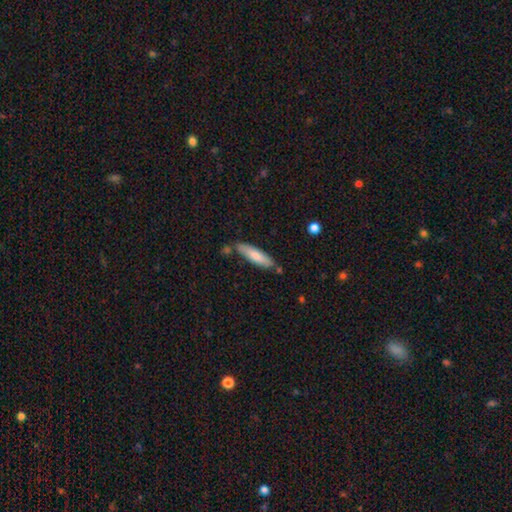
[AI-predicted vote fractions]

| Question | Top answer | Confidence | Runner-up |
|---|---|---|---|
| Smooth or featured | smooth | 74% | featured or disk (21%) |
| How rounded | cigar-shaped | 70% | in between (29%) |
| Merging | none | 74% | minor disturbance (16%) |